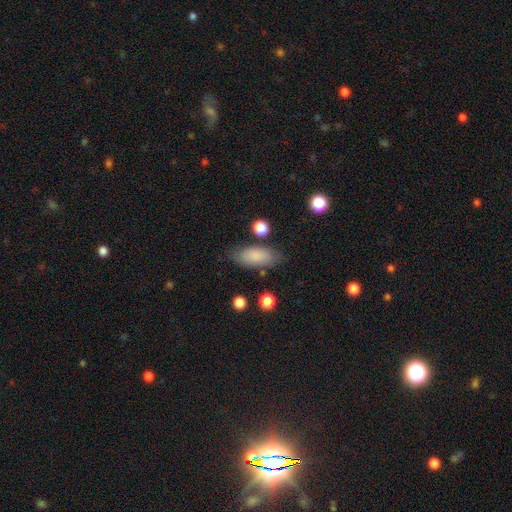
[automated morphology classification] Q: Smooth or featured?
A: smooth (84%); runner-up: featured or disk (9%)
Q: How rounded?
A: in between (82%); runner-up: cigar-shaped (15%)
Q: Merging?
A: none (76%); runner-up: minor disturbance (15%)